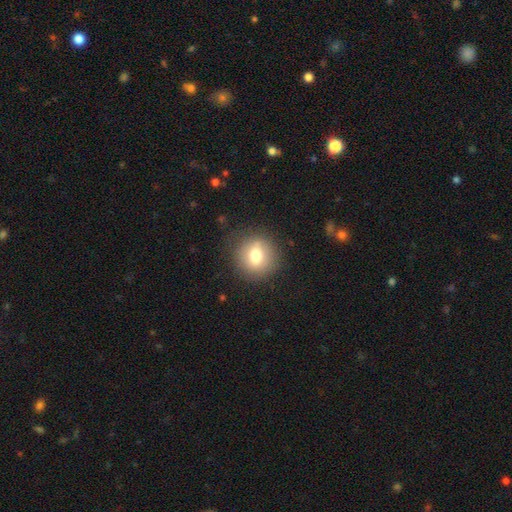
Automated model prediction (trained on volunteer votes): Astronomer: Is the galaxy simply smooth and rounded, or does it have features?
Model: smooth — 74%.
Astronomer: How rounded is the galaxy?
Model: round — 89%.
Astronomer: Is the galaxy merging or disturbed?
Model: none — 83%.